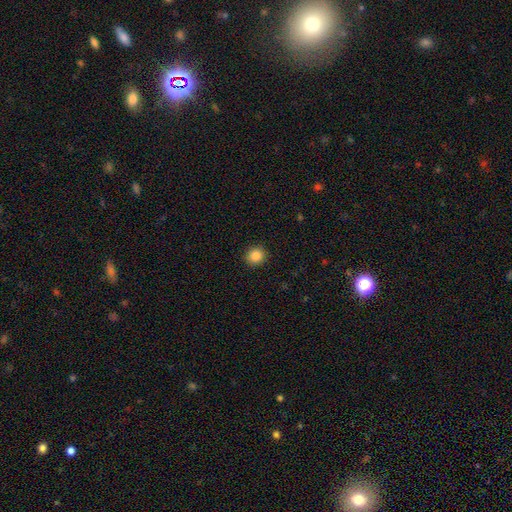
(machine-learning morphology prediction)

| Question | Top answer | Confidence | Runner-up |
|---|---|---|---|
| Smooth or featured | smooth | 85% | star or artifact (10%) |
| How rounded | round | 87% | in between (12%) |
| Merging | none | 92% | minor disturbance (6%) |